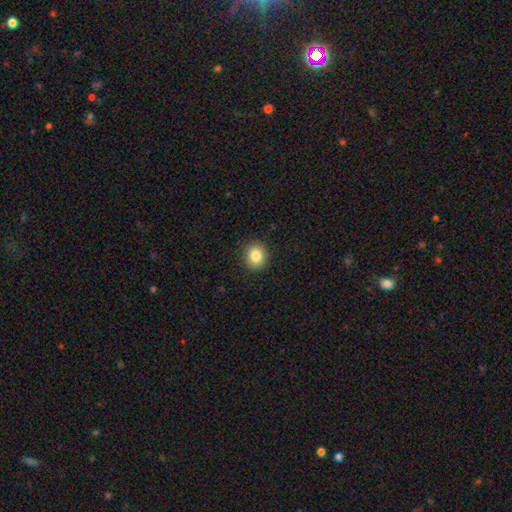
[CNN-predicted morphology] Smooth or featured?
  - smooth: 85% *
  - star or artifact: 9%
  - featured or disk: 5%
How rounded?
  - round: 69% *
  - in between: 30%
  - cigar-shaped: 1%
Merging?
  - none: 90% *
  - minor disturbance: 7%
  - major disturbance: 2%
  - merger: 1%